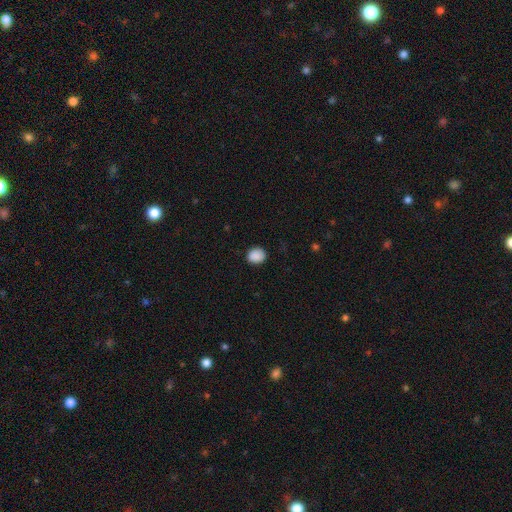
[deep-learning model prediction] Morphology: type=smooth (89%); roundness=round (75%); merging=none (86%).